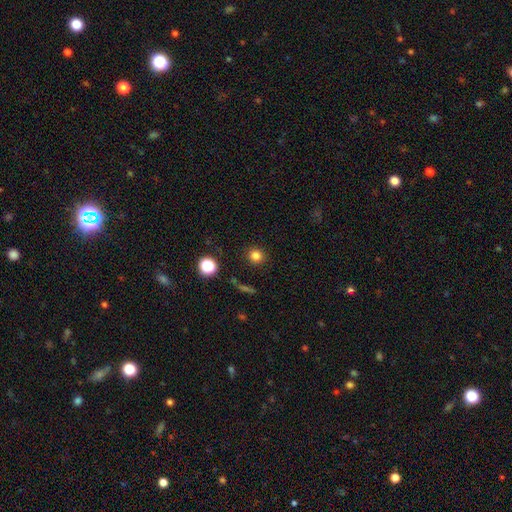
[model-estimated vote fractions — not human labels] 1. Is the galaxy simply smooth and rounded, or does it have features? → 81% smooth, 14% star or artifact, 5% featured or disk.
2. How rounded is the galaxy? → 90% round, 9% in between, 1% cigar-shaped.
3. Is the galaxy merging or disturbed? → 90% none, 6% minor disturbance, 2% major disturbance, 2% merger.